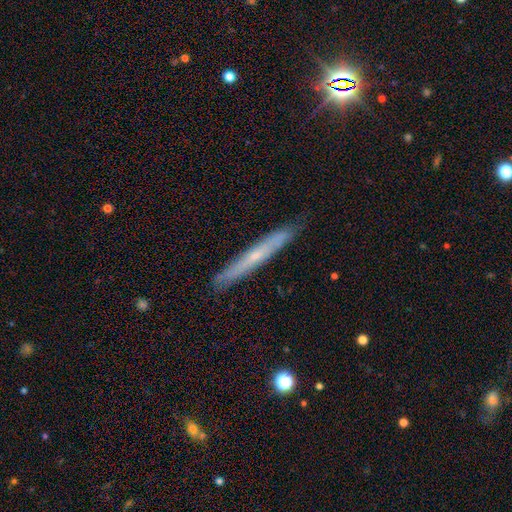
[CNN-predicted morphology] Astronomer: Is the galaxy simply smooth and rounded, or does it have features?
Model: featured or disk — 54% (runner-up: smooth, 39%).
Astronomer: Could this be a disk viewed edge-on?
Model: yes — 92%.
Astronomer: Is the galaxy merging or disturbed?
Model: none — 88%.